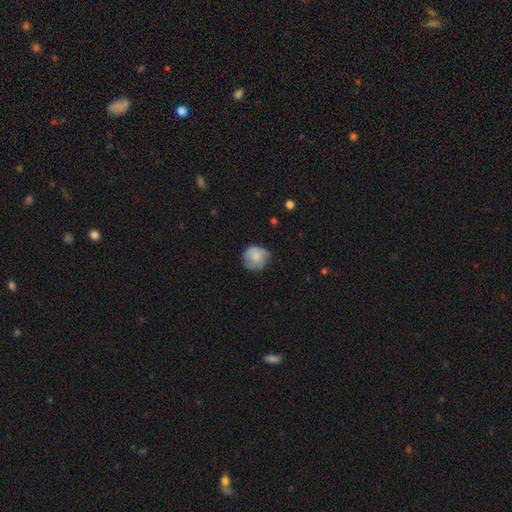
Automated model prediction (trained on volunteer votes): A smooth galaxy with no disk features (72%) that is round (84%).

Vote fractions:
- Smooth or featured? smooth: 72% / featured or disk: 21% / star or artifact: 7%
- How rounded? round: 84% / in between: 15% / cigar-shaped: 1%
- Merging? none: 62% / minor disturbance: 29% / major disturbance: 8% / merger: 1%